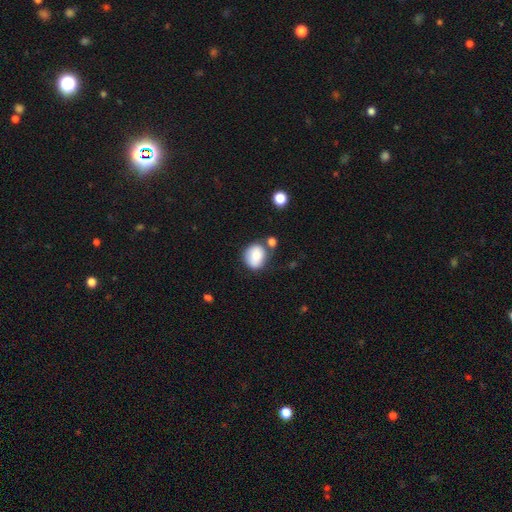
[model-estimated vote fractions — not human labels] smooth 81%, featured or disk 11%, star or artifact 8%. Down the decision tree: how rounded — round (63%); merging — none (60%).